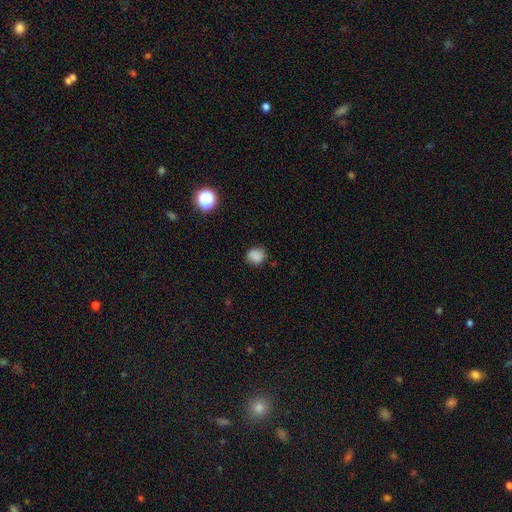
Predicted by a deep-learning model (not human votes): The model was most divided on "how rounded": round: 77%, in between: 22%, cigar-shaped: 1%. More confident: smooth or featured — smooth (84%); merging — none (81%).